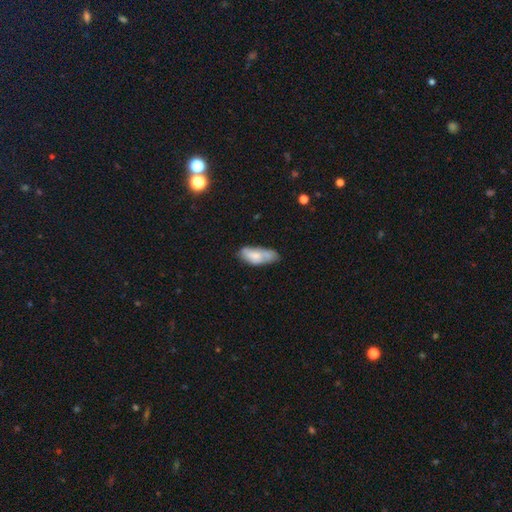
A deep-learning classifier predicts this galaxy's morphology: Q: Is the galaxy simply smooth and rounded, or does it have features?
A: smooth — 65%.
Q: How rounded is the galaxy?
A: in between — 80%.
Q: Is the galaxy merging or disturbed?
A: none — 45%.